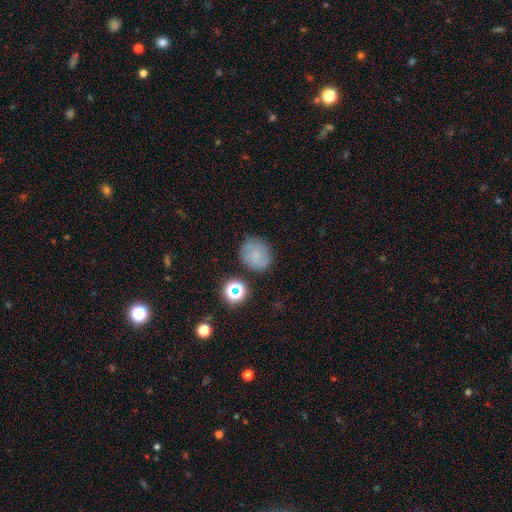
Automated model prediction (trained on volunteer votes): smooth-or-featured: smooth: 69% | star or artifact: 16% | featured or disk: 16%
  how-rounded: round: 81% | in between: 18% | cigar-shaped: 1%
  merging: none: 75% | minor disturbance: 15% | major disturbance: 5% | merger: 5%